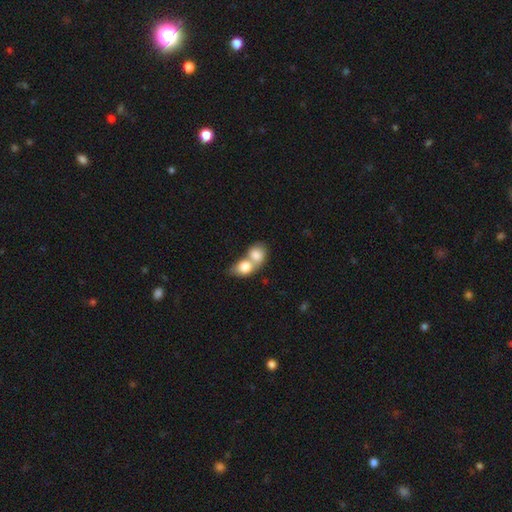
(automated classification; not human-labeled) smooth-or-featured: smooth: 79% | featured or disk: 14% | star or artifact: 7%
  how-rounded: in between: 55% | round: 43% | cigar-shaped: 2%
  merging: merger: 79% | none: 14% | minor disturbance: 4% | major disturbance: 3%